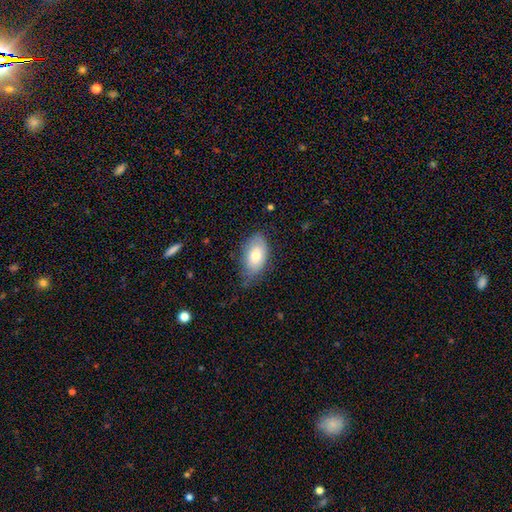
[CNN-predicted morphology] Overall: smooth (71%). How rounded: in between (93%). Merging: none (59%; minor disturbance 31%).